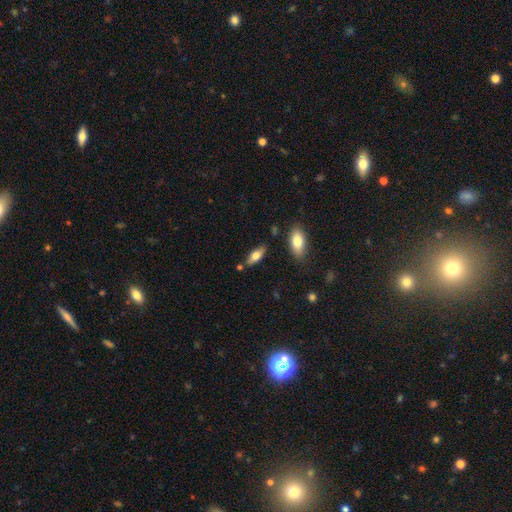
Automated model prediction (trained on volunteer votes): Smooth or featured?
  - smooth: 63% *
  - featured or disk: 30%
  - star or artifact: 7%
How rounded?
  - in between: 70% *
  - cigar-shaped: 27%
  - round: 3%
Merging?
  - none: 75% *
  - minor disturbance: 14%
  - merger: 7%
  - major disturbance: 3%